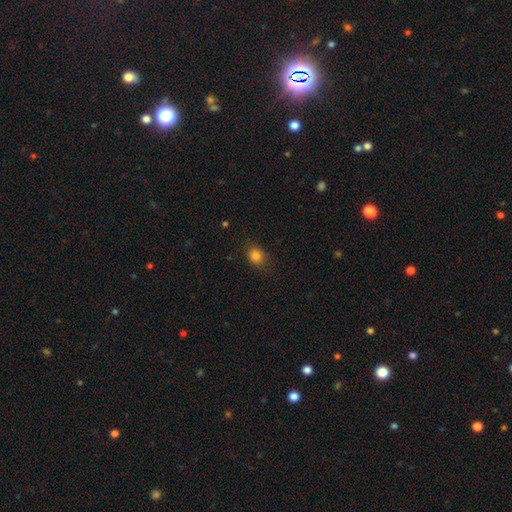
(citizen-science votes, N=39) smooth_or_featured: smooth (p=0.79) [alt: featured or disk p=0.10]
how_rounded: in between (p=0.52) [alt: round p=0.45]
merging: none (p=0.77) [alt: minor disturbance p=0.17]